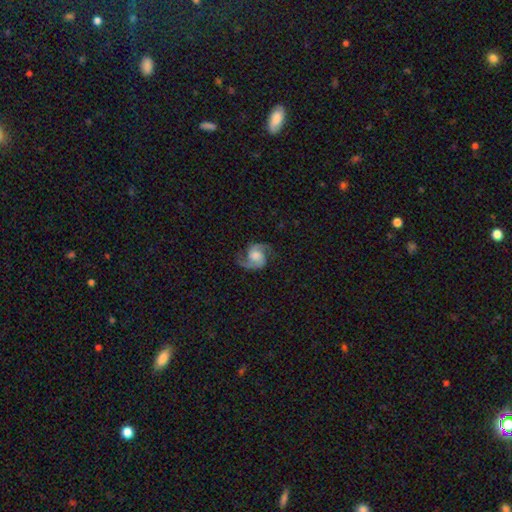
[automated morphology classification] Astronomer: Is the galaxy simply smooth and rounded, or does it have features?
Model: featured or disk — 89%.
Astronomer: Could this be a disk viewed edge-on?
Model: no — 98%.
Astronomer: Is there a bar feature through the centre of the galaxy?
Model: no — 62%.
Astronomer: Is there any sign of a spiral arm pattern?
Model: yes — 98%.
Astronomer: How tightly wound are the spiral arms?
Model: medium — 56% (runner-up: loose, 31%).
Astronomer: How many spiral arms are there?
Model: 2 — 94%.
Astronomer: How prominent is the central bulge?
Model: moderate — 36% (runner-up: large, 30%).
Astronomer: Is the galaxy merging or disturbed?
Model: none — 80%.